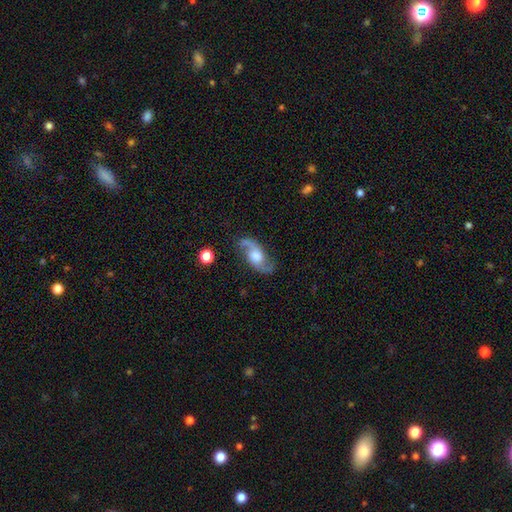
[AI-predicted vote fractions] This appears to be a featured or disk galaxy (82%) with no bar (65%), 2 (92%) loose (59%) spiral arms (95%) and a moderate central bulge (54%). Merging: none (77%).